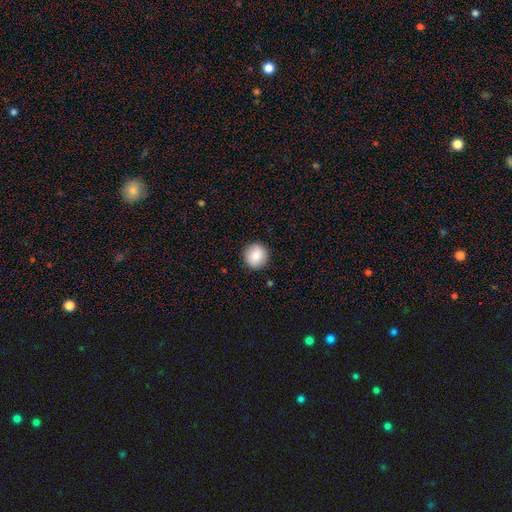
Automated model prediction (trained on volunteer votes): smooth 85%, star or artifact 8%, featured or disk 7%. Down the decision tree: how rounded — round (92%); merging — none (90%).